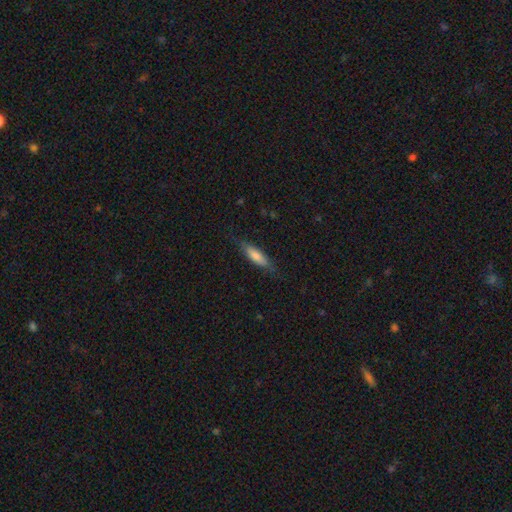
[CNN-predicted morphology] Overall: smooth (73%). How rounded: cigar-shaped (67%; in between 31%). Merging: none (80%).